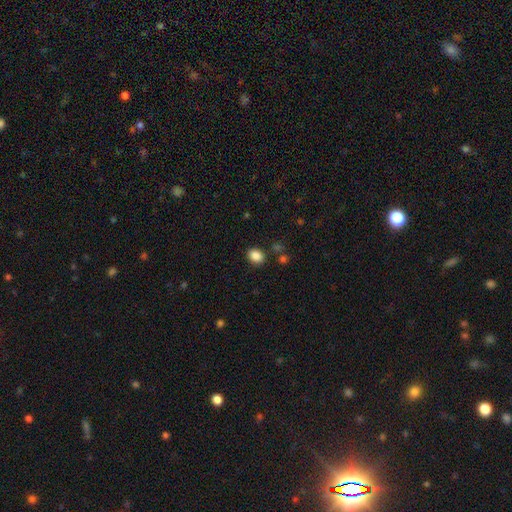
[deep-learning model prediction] smooth_or_featured: smooth (p=0.87) [alt: star or artifact p=0.10]
how_rounded: in between (p=0.59) [alt: round p=0.41]
merging: none (p=0.85) [alt: minor disturbance p=0.09]